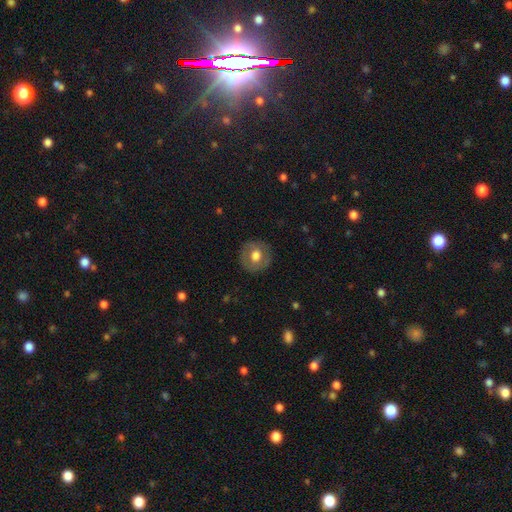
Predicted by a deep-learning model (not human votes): Overall: smooth (62%; featured or disk 30%). How rounded: round (91%). Merging: none (86%).